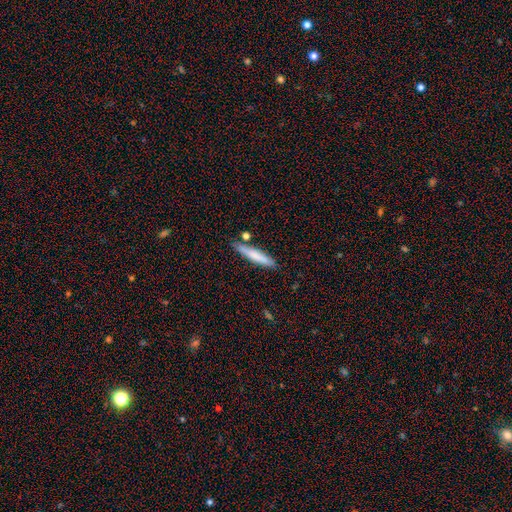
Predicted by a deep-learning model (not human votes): Overall: smooth (74%). How rounded: cigar-shaped (91%). Merging: none (80%).